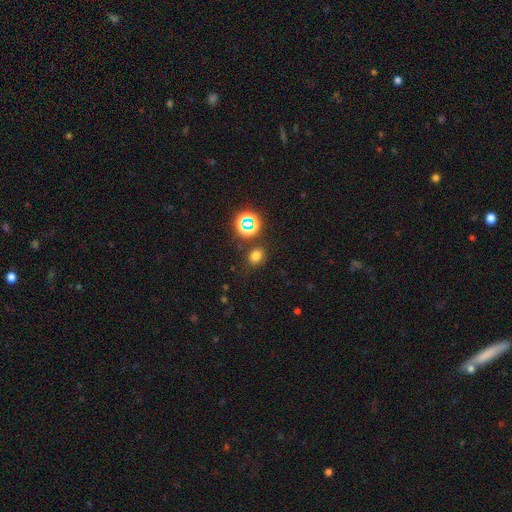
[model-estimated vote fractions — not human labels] Q: Smooth or featured?
A: smooth (71%); runner-up: star or artifact (23%)
Q: How rounded?
A: round (62%); runner-up: in between (37%)
Q: Merging?
A: none (83%); runner-up: minor disturbance (10%)